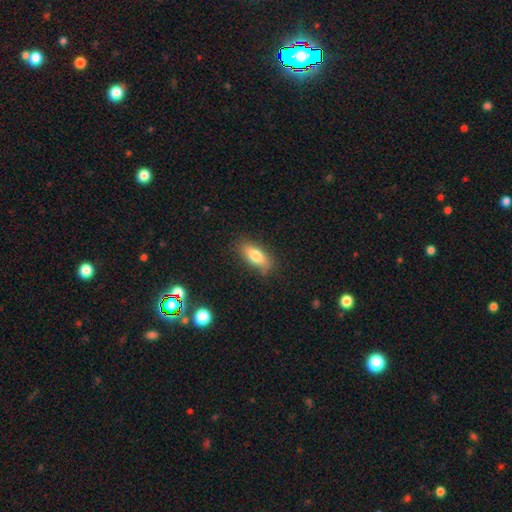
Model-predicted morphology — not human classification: smooth_or_featured: smooth (p=0.74) [alt: featured or disk p=0.18]
how_rounded: in between (p=0.73) [alt: cigar-shaped p=0.23]
merging: none (p=0.79) [alt: minor disturbance p=0.16]